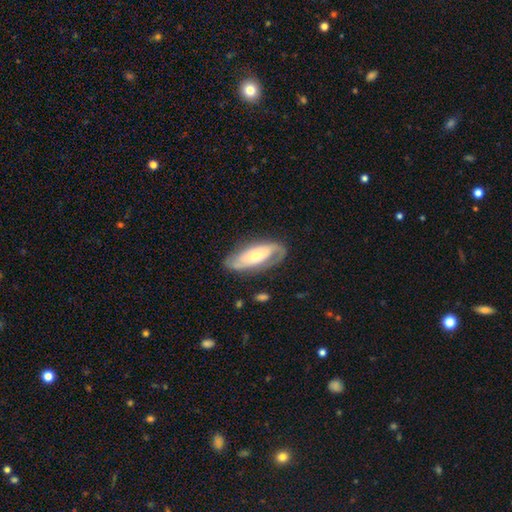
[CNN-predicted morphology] A featured or disk galaxy (67%) with no bar (58%), spiral arms (85%) and a moderate central bulge (47%).

Vote fractions:
- Smooth or featured? featured or disk: 67% / smooth: 28% / star or artifact: 5%
- Edge-on disk? no: 88% / yes: 12%
- Bar? no: 58% / weak: 27% / strong: 15%
- Spiral arms? yes: 85% / no: 15%
- Bulge size? moderate: 47% / small: 40% / large: 9% / none: 2% / dominant: 2%
- Merging? none: 71% / minor disturbance: 19% / major disturbance: 8% / merger: 2%